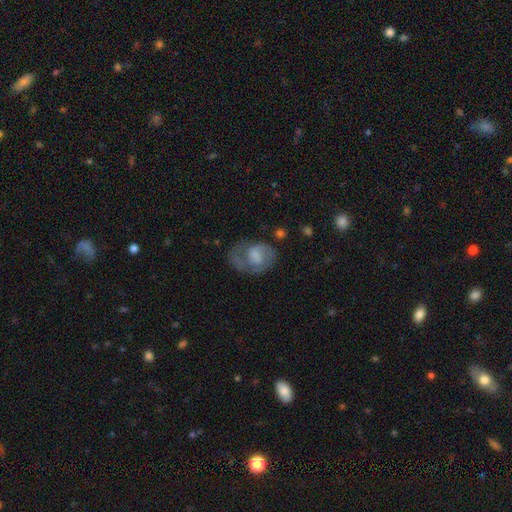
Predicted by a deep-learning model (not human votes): featured or disk 54%, smooth 38%, star or artifact 8%. Down the decision tree: edge-on disk — no (97%); bar — no (52%); spiral arms — yes (73%); bulge size — none (34%); merging — none (43%).